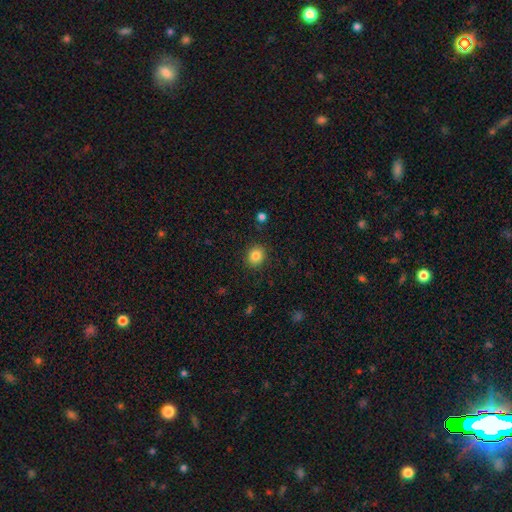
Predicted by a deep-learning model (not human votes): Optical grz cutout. It shows a smooth galaxy with no disk features (84%) that is round (77%). Merging: none (89%).